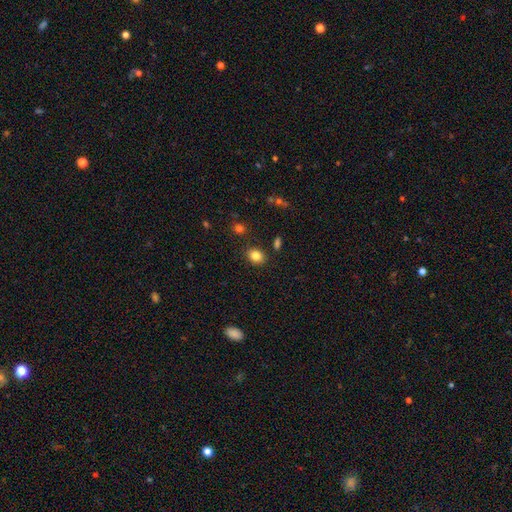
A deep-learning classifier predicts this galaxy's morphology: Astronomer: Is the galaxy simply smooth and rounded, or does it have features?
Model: smooth — 83%.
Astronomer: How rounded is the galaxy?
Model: in between — 51% (runner-up: round, 48%).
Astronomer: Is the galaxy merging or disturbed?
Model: none — 86%.